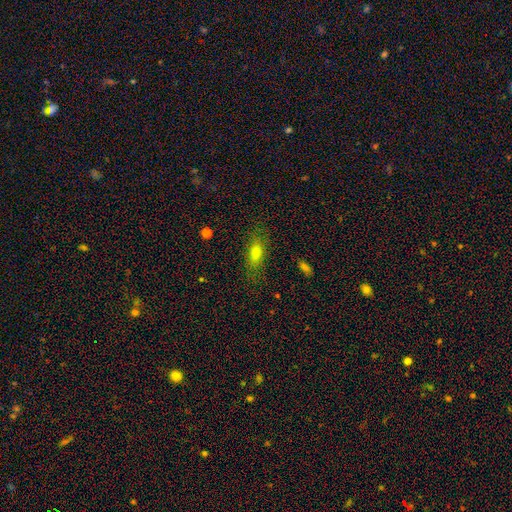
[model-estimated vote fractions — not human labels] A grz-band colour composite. It shows a smooth galaxy with no disk features (63%) that is in between round and cigar-shaped (61%). Merging: none (79%).